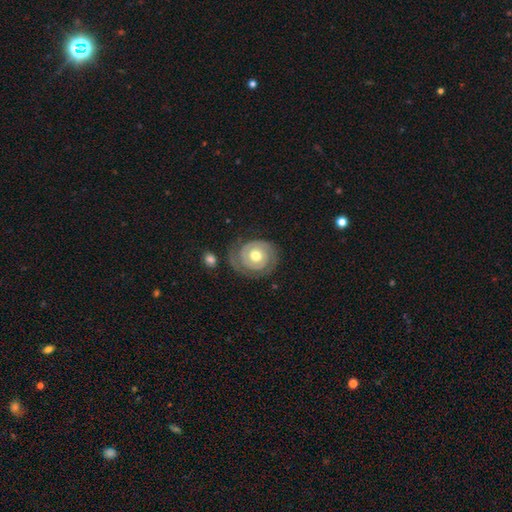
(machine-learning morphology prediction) A featured or disk galaxy (79%) with no bar (73%), 2 (63%) tight (76%) spiral arms (90%) and a moderate central bulge (77%). Merging: none (70%).